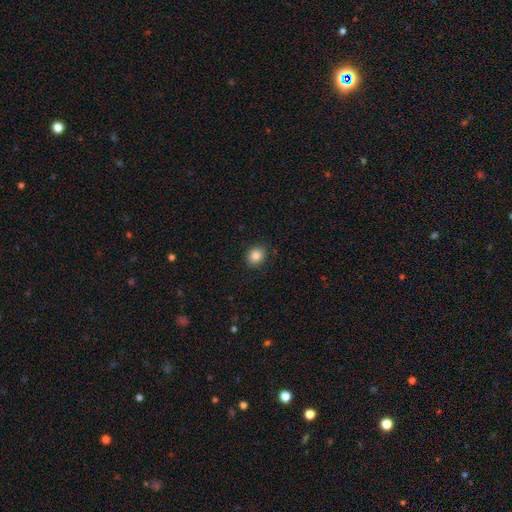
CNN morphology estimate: Smooth or featured?
  - smooth: 85% *
  - star or artifact: 10%
  - featured or disk: 6%
How rounded?
  - round: 67% *
  - in between: 32%
  - cigar-shaped: 1%
Merging?
  - none: 88% *
  - minor disturbance: 9%
  - major disturbance: 2%
  - merger: 1%